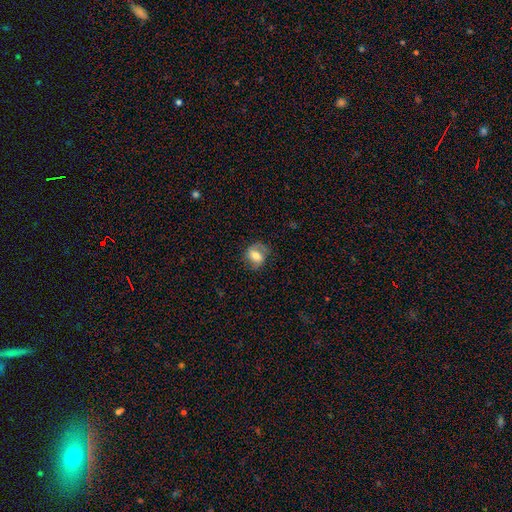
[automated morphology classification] Q: Smooth or featured?
A: smooth (55%); runner-up: featured or disk (37%)
Q: How rounded?
A: in between (50%); runner-up: round (48%)
Q: Merging?
A: none (69%); runner-up: minor disturbance (20%)